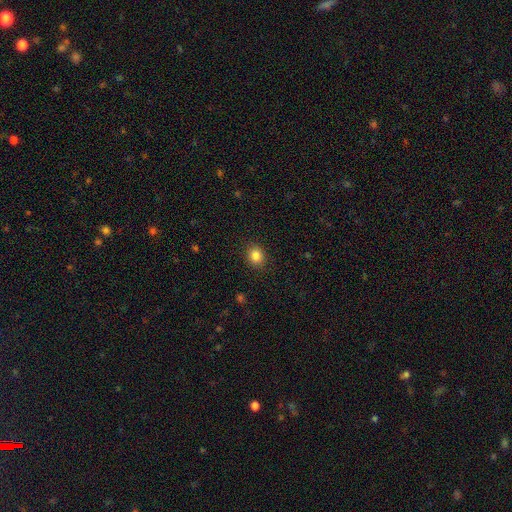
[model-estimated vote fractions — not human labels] A smooth galaxy with no disk features (84%) that is round (73%).

Vote fractions:
- Smooth or featured? smooth: 84% / star or artifact: 11% / featured or disk: 5%
- How rounded? round: 73% / in between: 26% / cigar-shaped: 1%
- Merging? none: 90% / minor disturbance: 7% / major disturbance: 2% / merger: 1%